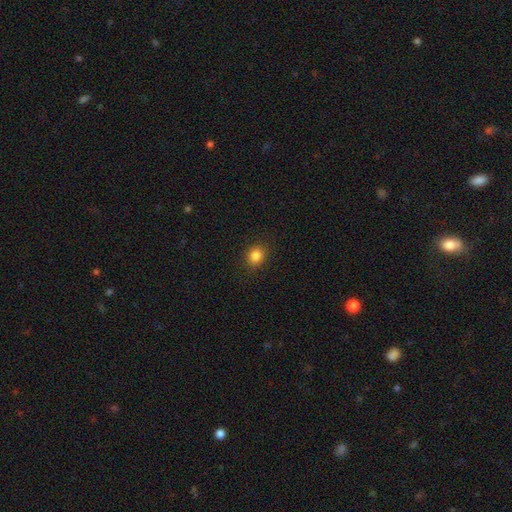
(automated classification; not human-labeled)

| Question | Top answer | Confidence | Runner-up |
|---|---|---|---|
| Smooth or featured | smooth | 84% | star or artifact (11%) |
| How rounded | round | 66% | in between (33%) |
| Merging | none | 89% | minor disturbance (8%) |